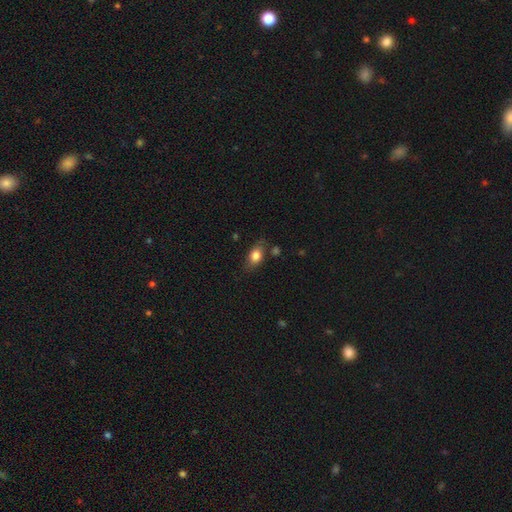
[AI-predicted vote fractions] Smooth or featured: smooth — 79% (featured or disk — 13%)
How rounded: in between — 82% (round — 13%)
Merging: none — 73% (minor disturbance — 18%)